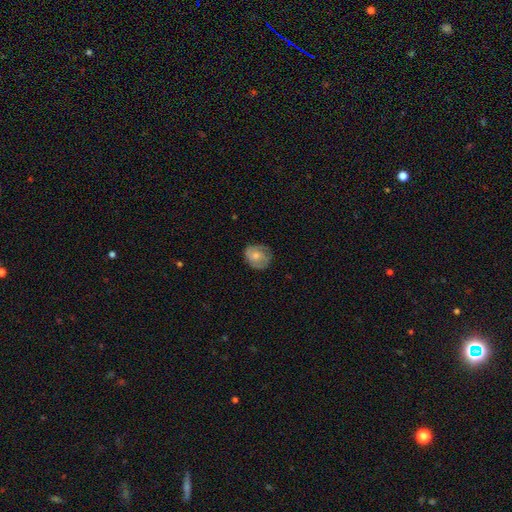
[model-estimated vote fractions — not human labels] Smooth or featured? smooth (46%, tied with featured or disk)
Merging? none (71%)